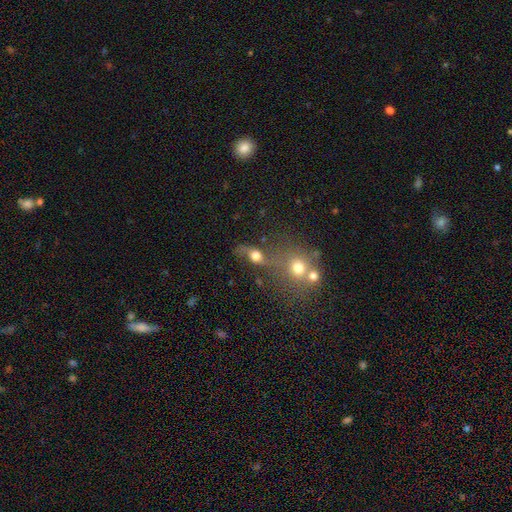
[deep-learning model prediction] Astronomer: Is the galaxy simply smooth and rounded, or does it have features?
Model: smooth — 51% (runner-up: featured or disk, 33%).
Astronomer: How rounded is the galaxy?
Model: in between — 47%, tied with round at 47%.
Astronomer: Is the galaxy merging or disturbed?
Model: none — 40% (runner-up: merger, 29%).